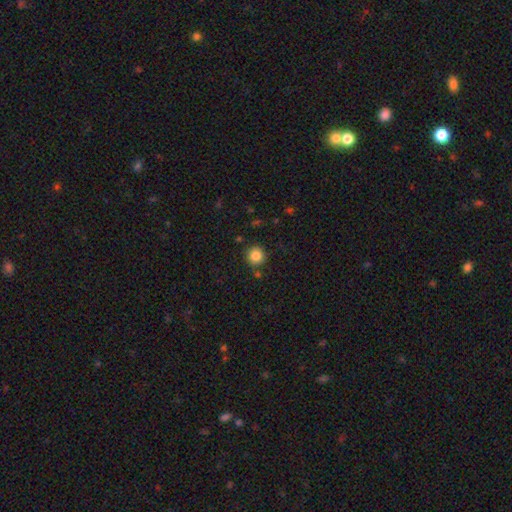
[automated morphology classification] smooth 84%, star or artifact 11%, featured or disk 5%. Down the decision tree: how rounded — round (94%); merging — none (84%).